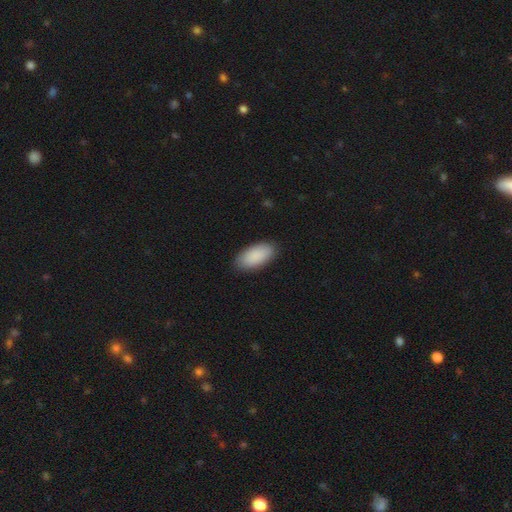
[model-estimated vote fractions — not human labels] Morphology: type=smooth (90%); roundness=in between (93%); merging=none (88%).